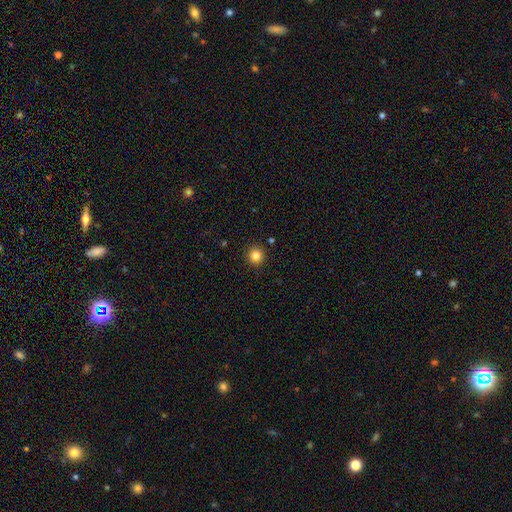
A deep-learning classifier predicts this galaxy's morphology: The model was most divided on "smooth or featured": smooth: 83%, star or artifact: 12%, featured or disk: 5%. More confident: how rounded — round (94%); merging — none (92%).